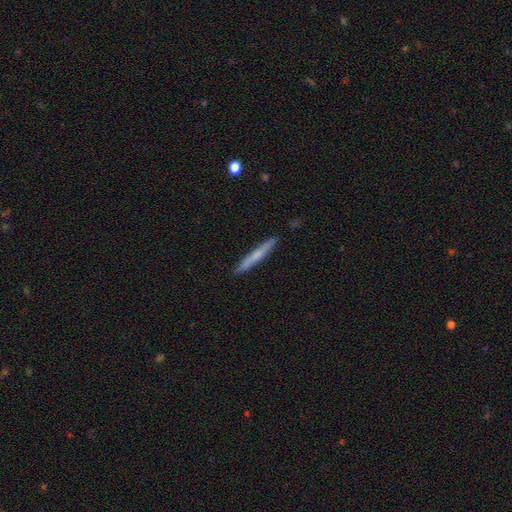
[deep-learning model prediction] The model was most divided on "smooth or featured": smooth: 51%, featured or disk: 43%, star or artifact: 6%. More confident: how rounded — cigar-shaped (96%); merging — none (90%).